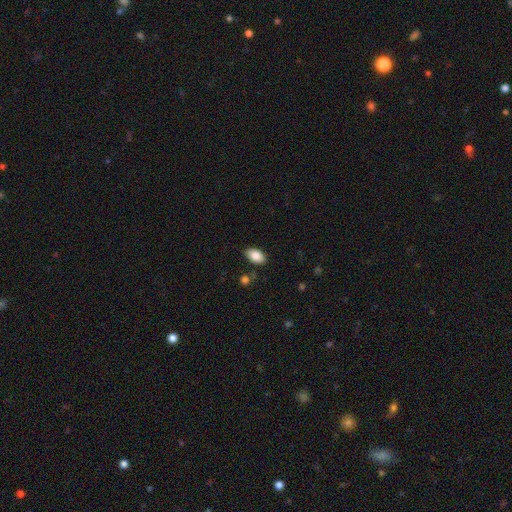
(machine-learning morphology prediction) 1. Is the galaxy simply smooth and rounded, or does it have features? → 86% smooth, 7% featured or disk, 7% star or artifact.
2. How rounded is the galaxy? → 93% in between, 5% round, 2% cigar-shaped.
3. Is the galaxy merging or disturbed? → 84% none, 11% minor disturbance, 3% merger, 2% major disturbance.